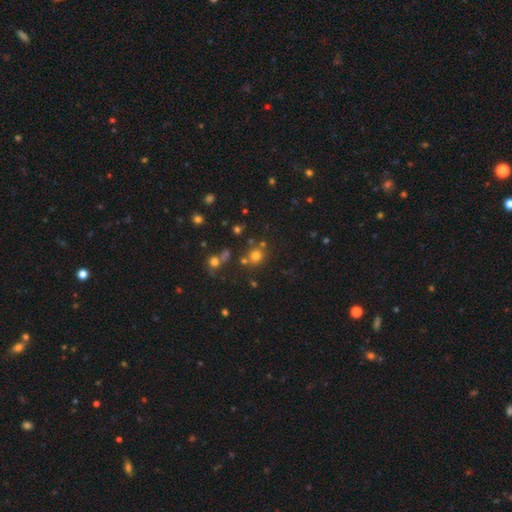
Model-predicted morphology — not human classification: Smooth or featured?
  - smooth: 70% *
  - star or artifact: 21%
  - featured or disk: 9%
How rounded?
  - round: 87% *
  - in between: 12%
  - cigar-shaped: 1%
Merging?
  - none: 70% *
  - merger: 16%
  - minor disturbance: 10%
  - major disturbance: 5%